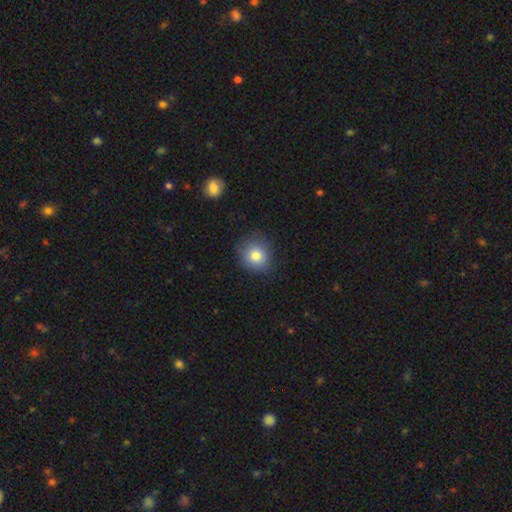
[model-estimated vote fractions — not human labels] Q: Smooth or featured?
A: smooth (81%); runner-up: star or artifact (10%)
Q: How rounded?
A: round (84%); runner-up: in between (15%)
Q: Merging?
A: none (82%); runner-up: minor disturbance (13%)